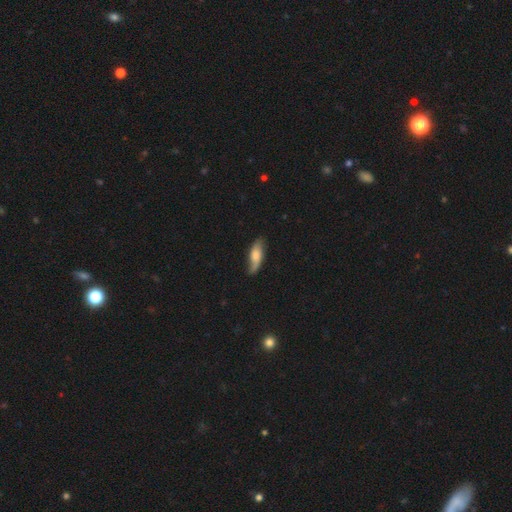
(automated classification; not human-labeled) A smooth galaxy with no disk features (53%) that is in between round and cigar-shaped (62%).

Vote fractions:
- Smooth or featured? smooth: 53% / featured or disk: 40% / star or artifact: 6%
- How rounded? in between: 62% / cigar-shaped: 35% / round: 3%
- Merging? none: 71% / minor disturbance: 23% / major disturbance: 5% / merger: 2%